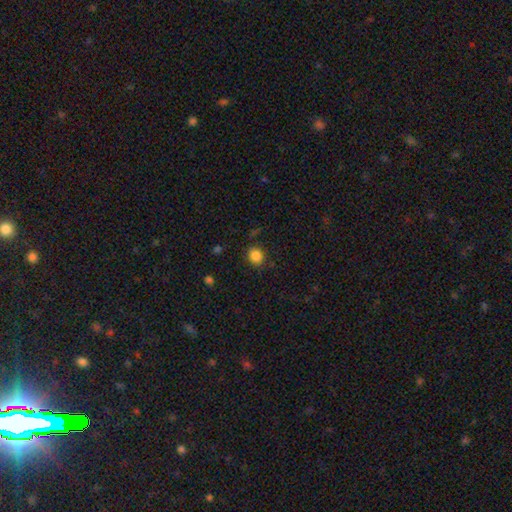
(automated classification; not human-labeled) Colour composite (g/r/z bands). It shows a smooth galaxy with no disk features (85%) that is round (78%). Merging: none (86%).